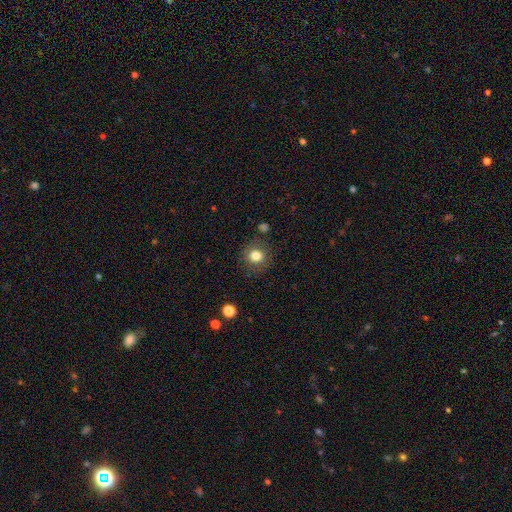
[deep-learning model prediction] This is clearly a smooth galaxy (82%). How rounded: clearly round (87%). Merging: clearly none (85%).